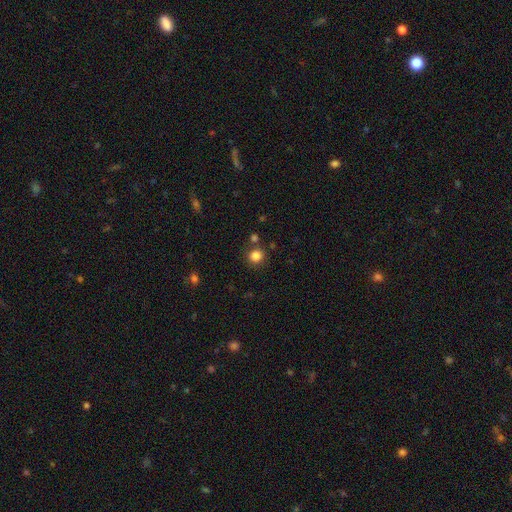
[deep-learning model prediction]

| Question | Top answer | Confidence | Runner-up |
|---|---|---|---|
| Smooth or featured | smooth | 84% | star or artifact (12%) |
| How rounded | round | 86% | in between (13%) |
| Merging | none | 80% | minor disturbance (9%) |